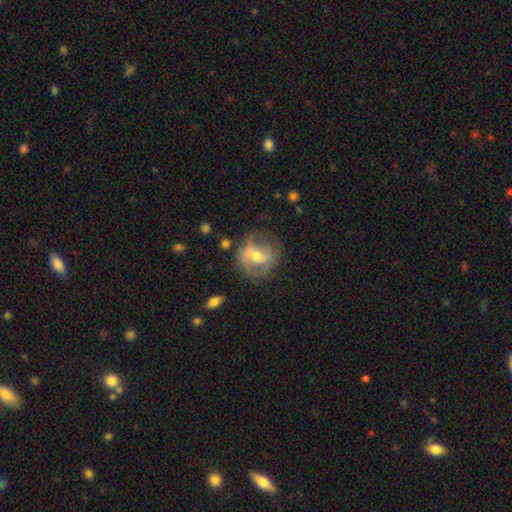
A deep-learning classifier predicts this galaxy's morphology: type=featured or disk (63%); edge-on=no (94%); bar=weak (40%); spiral arms=yes (65%); bulge=moderate (55%); merging=none (61%).